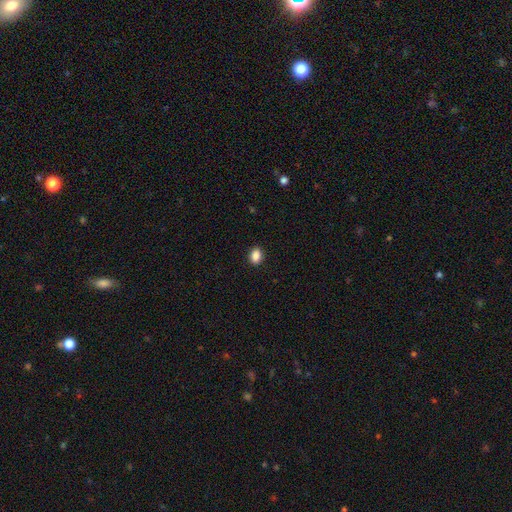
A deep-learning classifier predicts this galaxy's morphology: The model was most divided on "how rounded": in between: 74%, round: 24%, cigar-shaped: 1%. More confident: merging — none (90%); smooth or featured — smooth (88%).